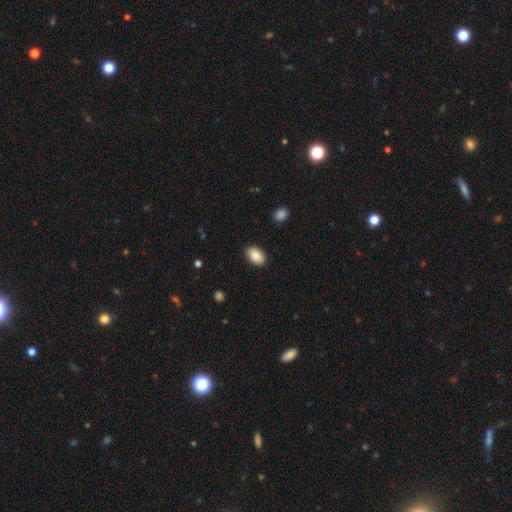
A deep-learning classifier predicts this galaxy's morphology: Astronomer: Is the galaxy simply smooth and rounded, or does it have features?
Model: smooth — 87%.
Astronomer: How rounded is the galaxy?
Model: in between — 90%.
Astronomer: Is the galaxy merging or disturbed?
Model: none — 89%.